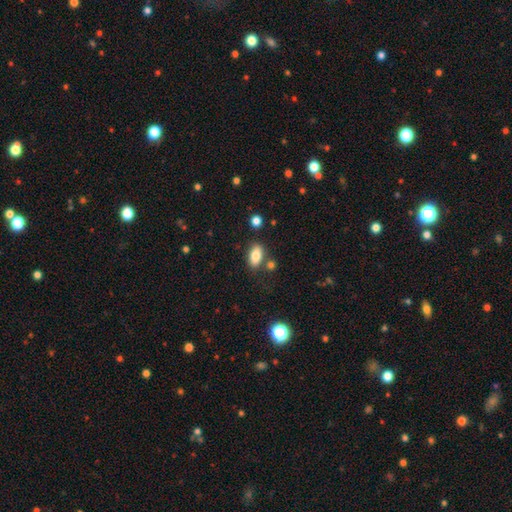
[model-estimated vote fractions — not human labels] Morphology: type=smooth (82%); roundness=in between (90%); merging=none (76%).